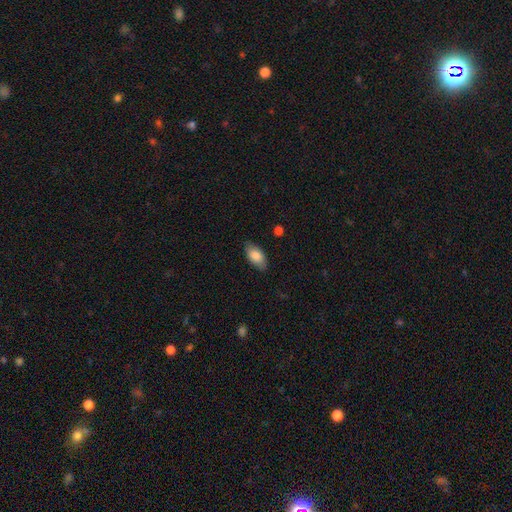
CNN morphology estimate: A smooth galaxy with no disk features (84%) that is in between round and cigar-shaped (93%). Merging: none (83%).